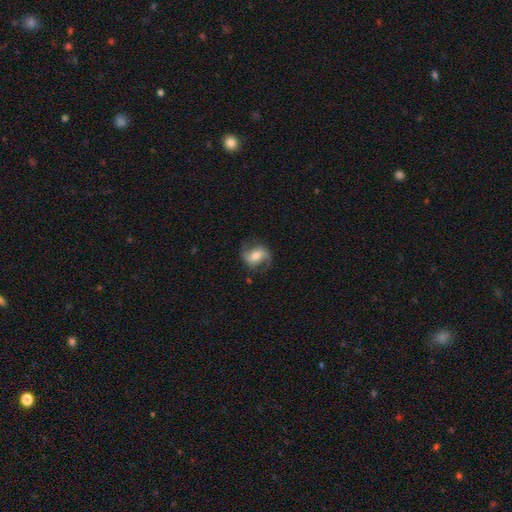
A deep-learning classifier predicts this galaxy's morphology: Smooth or featured?
  - featured or disk: 65% *
  - smooth: 28%
  - star or artifact: 8%
Edge-on disk?
  - no: 96% *
  - yes: 4%
Bar?
  - weak: 41% *
  - no: 32%
  - strong: 27%
Spiral arms?
  - yes: 90% *
  - no: 10%
Spiral winding?
  - loose: 50% *
  - medium: 37%
  - tight: 12%
Spiral arm count?
  - 2: 85% *
  - 1: 7%
  - can't tell: 5%
  - 3: 1%
  - 4: 1%
  - more than 4: 1%
Bulge size?
  - moderate: 60% *
  - small: 23%
  - large: 13%
  - none: 3%
  - dominant: 2%
Merging?
  - none: 71% *
  - minor disturbance: 18%
  - major disturbance: 10%
  - merger: 1%